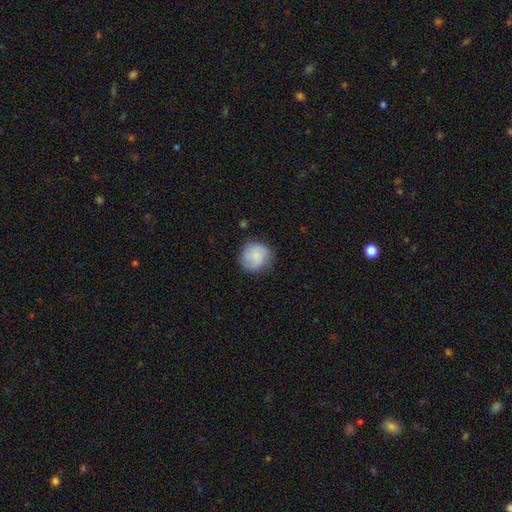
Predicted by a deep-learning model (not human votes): The model was most divided on "smooth or featured": smooth: 61%, featured or disk: 32%, star or artifact: 7%. More confident: how rounded — round (90%); merging — none (75%).